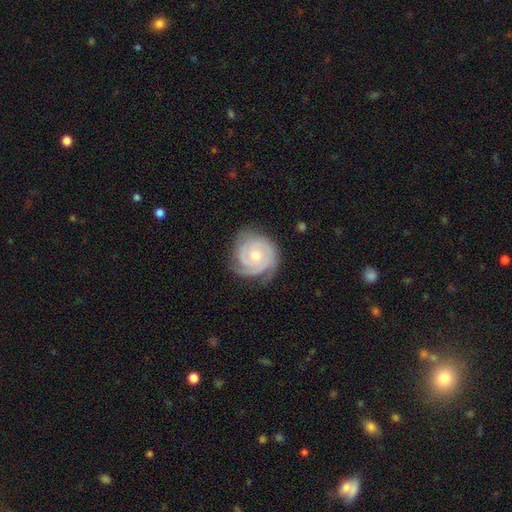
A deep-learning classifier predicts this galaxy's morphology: The model was most divided on "spiral arm count": 3: 39%, 2: 29%, can't tell: 17%, 4: 6%, 1: 5%, more than 4: 4%. More confident: edge-on disk — no (98%); spiral arms — yes (96%); smooth or featured — featured or disk (83%); spiral winding — tight (75%); bar — no (75%); merging — none (72%); bulge size — moderate (55%).